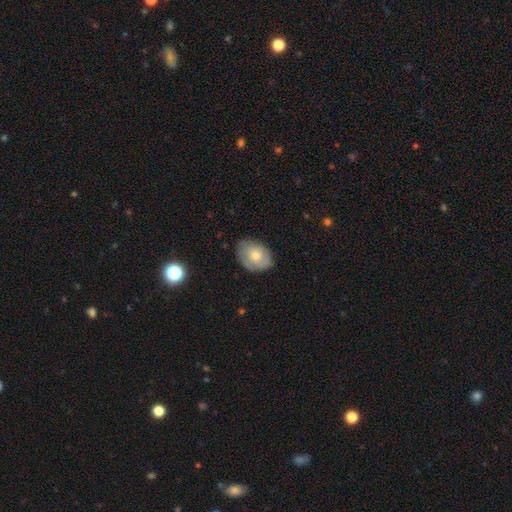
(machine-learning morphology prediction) Smooth or featured? Predicted: smooth (p=0.66). How rounded? Predicted: in between (p=0.72). Merging? Predicted: none (p=0.73).